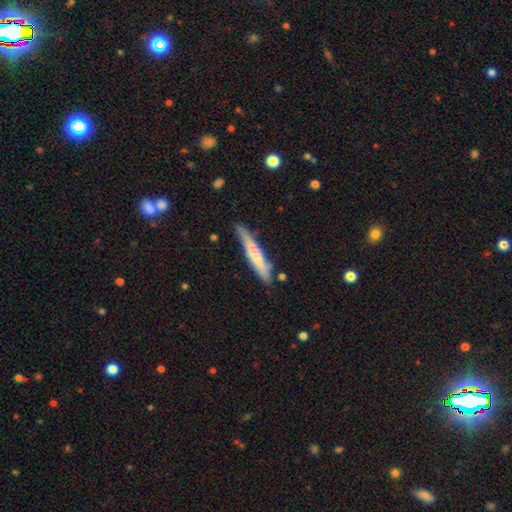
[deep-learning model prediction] This is possibly a smooth galaxy (59%). How rounded: clearly cigar-shaped (92%). Merging: likely none (74%).